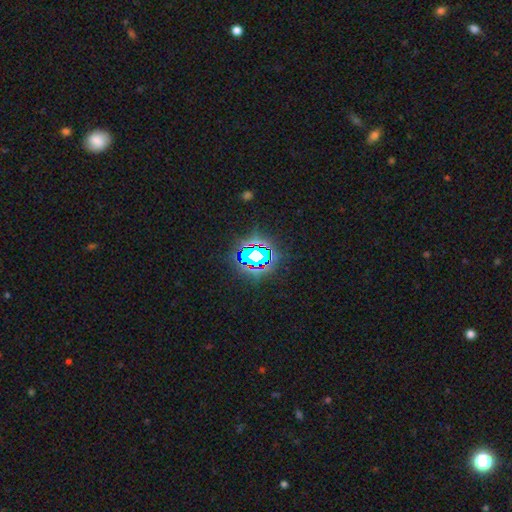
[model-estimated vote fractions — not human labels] The model was most divided on "smooth or featured": star or artifact: 74%, smooth: 15%, featured or disk: 11%.